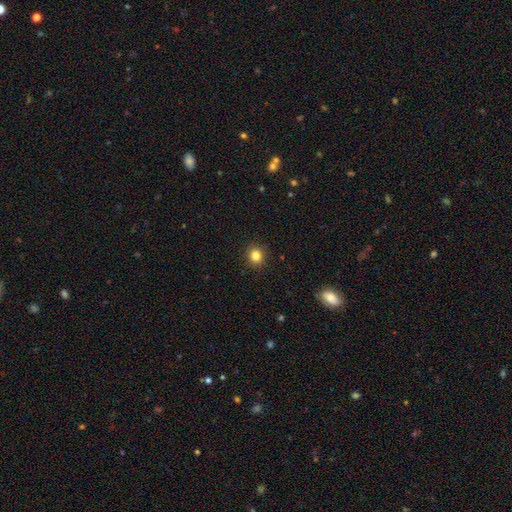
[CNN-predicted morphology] Overall: smooth (83%). How rounded: round (86%). Merging: none (92%).